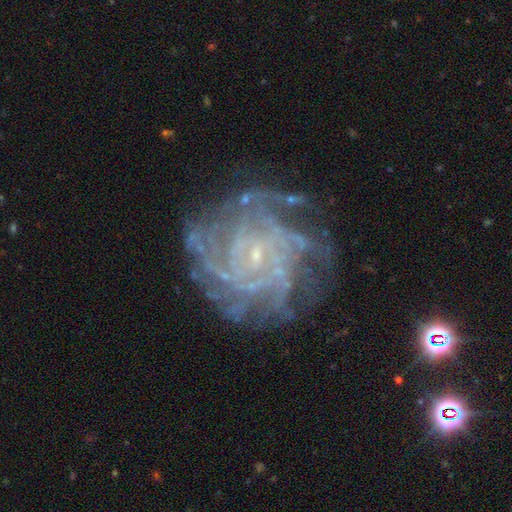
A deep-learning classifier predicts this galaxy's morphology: This is clearly a featured or disk galaxy (87%). It is clearly not viewed edge-on (98%). Bar: possibly no (59%). Spiral arm pattern: clearly yes (96%). Spiral arm count: marginally can't tell (29%). Spiral winding: likely tight (72%). Central bulge: clearly small (84%). Merging: likely none (71%).